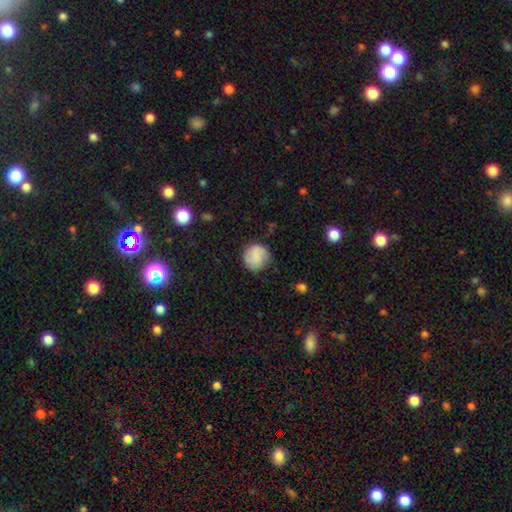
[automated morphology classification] This is likely a smooth galaxy (72%). How rounded: clearly round (92%). Merging: clearly none (80%).